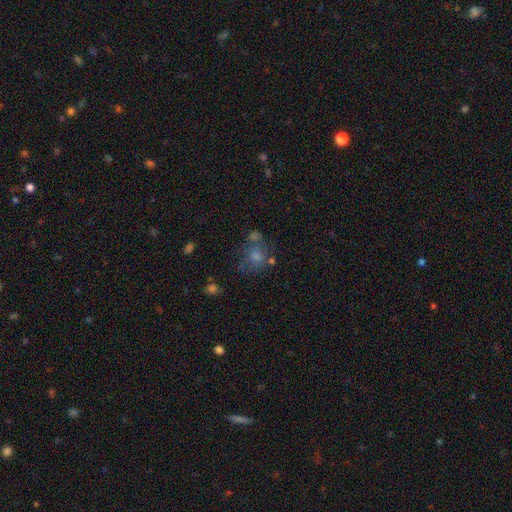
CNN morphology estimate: This is possibly a smooth galaxy (57%). How rounded: likely round (70%). Merging: possibly none (47%).